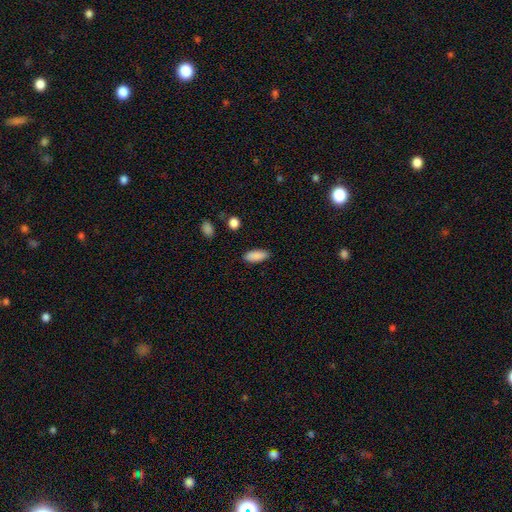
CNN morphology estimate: type=smooth (89%); roundness=in between (78%); merging=none (88%).